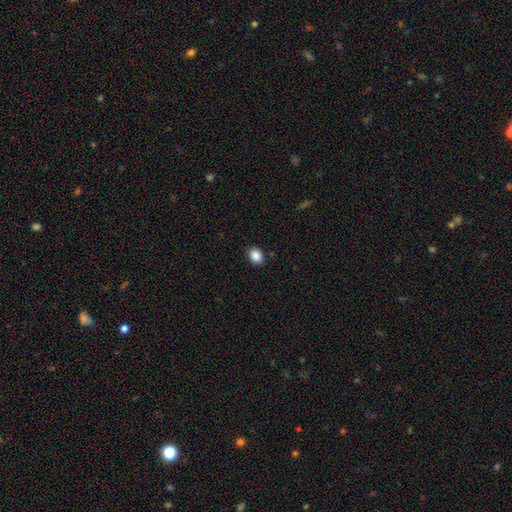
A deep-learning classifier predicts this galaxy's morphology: type=smooth (88%); roundness=in between (50%); merging=none (89%).